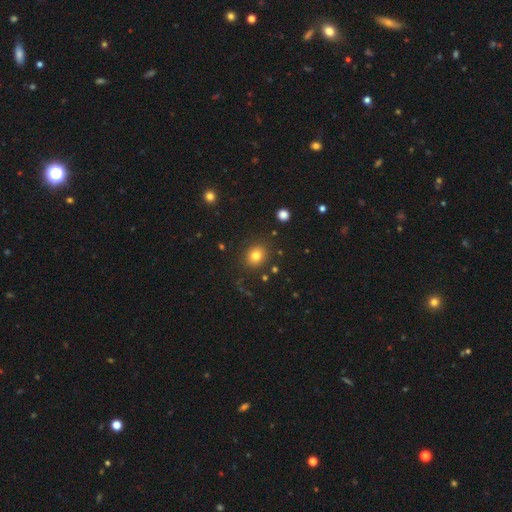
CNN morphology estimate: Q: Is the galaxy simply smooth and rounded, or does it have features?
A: smooth — 79%.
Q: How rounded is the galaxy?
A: round — 73%.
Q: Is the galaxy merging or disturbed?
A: none — 86%.